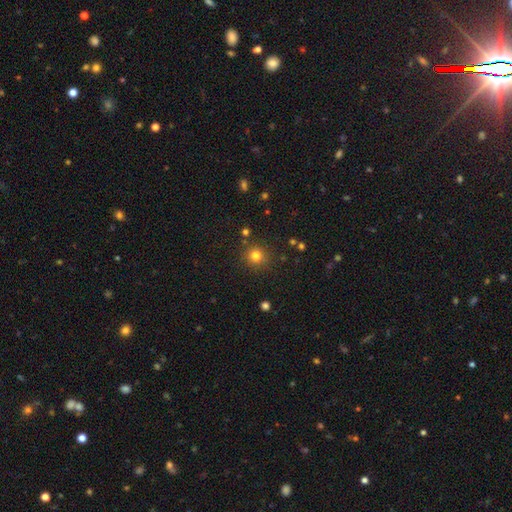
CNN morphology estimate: Smooth or featured?
  - smooth: 79% *
  - star or artifact: 15%
  - featured or disk: 6%
How rounded?
  - round: 93% *
  - in between: 6%
  - cigar-shaped: 1%
Merging?
  - none: 87% *
  - minor disturbance: 7%
  - merger: 3%
  - major disturbance: 3%